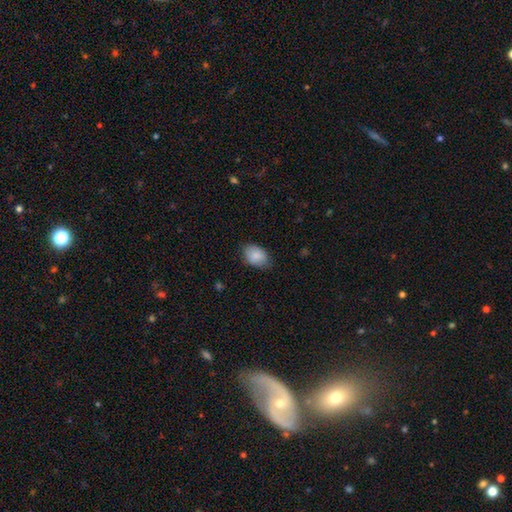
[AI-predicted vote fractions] smooth_or_featured: smooth (p=0.86) [alt: featured or disk p=0.07]
how_rounded: in between (p=0.84) [alt: round p=0.14]
merging: none (p=0.77) [alt: minor disturbance p=0.19]